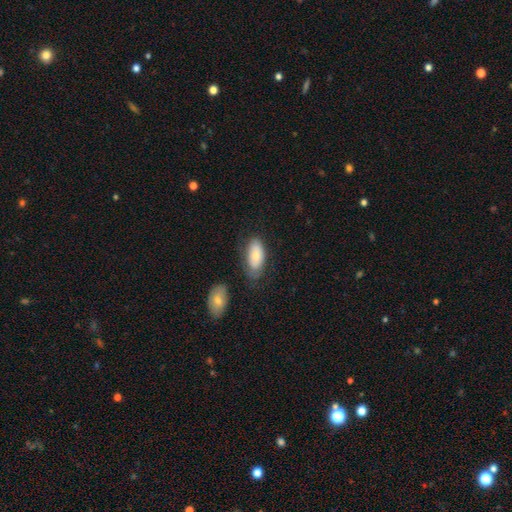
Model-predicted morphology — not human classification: Smooth or featured: smooth — 75% (featured or disk — 19%)
How rounded: in between — 91% (cigar-shaped — 6%)
Merging: none — 62% (minor disturbance — 24%)